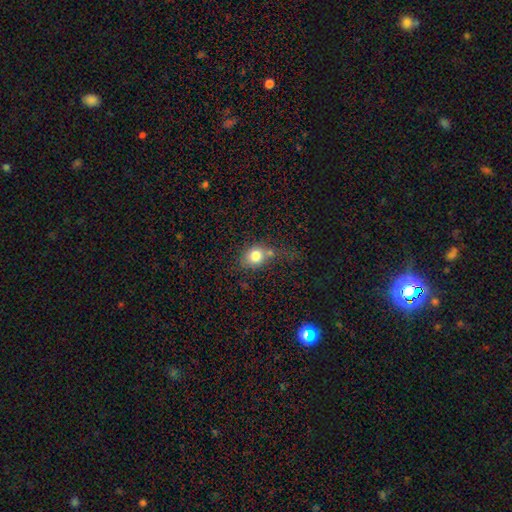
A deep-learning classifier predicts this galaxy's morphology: This appears to be a smooth galaxy with no disk features (78%) that is round (59%). Merging: none (46%).